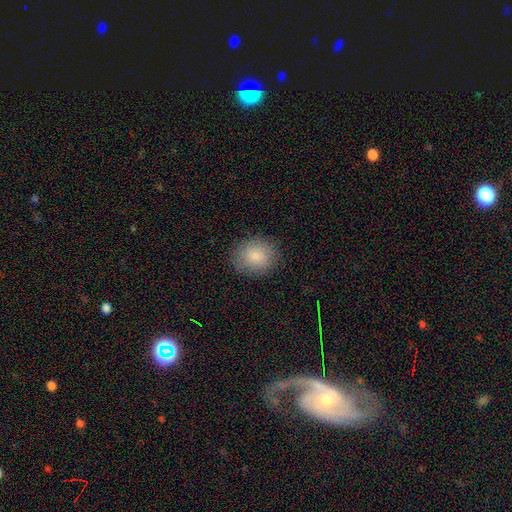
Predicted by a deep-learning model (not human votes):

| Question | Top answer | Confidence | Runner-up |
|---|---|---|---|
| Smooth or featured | smooth | 85% | star or artifact (8%) |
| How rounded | round | 66% | in between (33%) |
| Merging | none | 87% | minor disturbance (10%) |